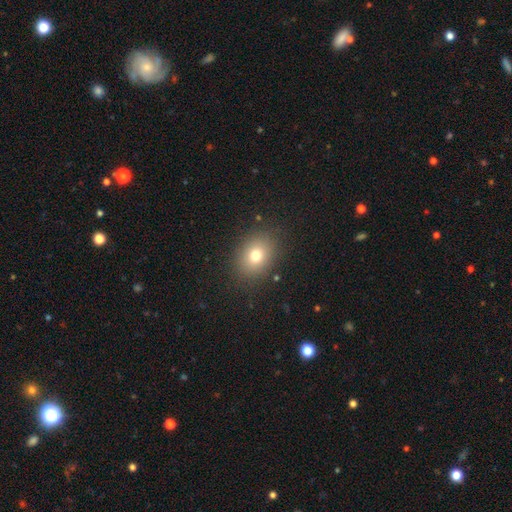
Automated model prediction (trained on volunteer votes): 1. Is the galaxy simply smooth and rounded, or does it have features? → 75% smooth, 13% star or artifact, 11% featured or disk.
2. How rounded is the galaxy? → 56% in between, 43% round, 1% cigar-shaped.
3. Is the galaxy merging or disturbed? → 87% none, 9% minor disturbance, 3% major disturbance, 1% merger.